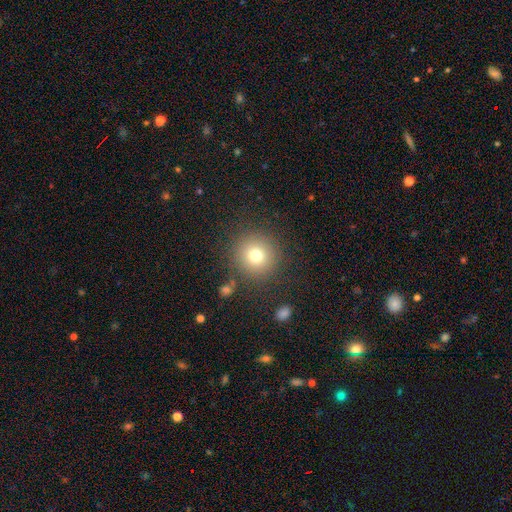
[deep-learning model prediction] This appears to be a smooth galaxy with no disk features (75%) that is round (94%). Merging: none (86%).